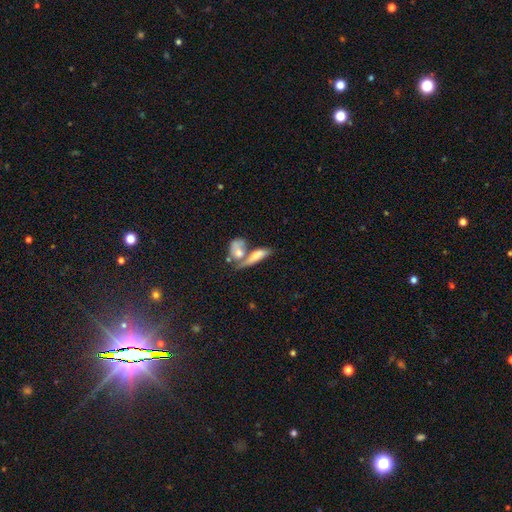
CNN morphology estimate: The model was most divided on "how rounded": in between: 54%, cigar-shaped: 40%, round: 6%. More confident: smooth or featured — smooth (58%); merging — merger (52%).